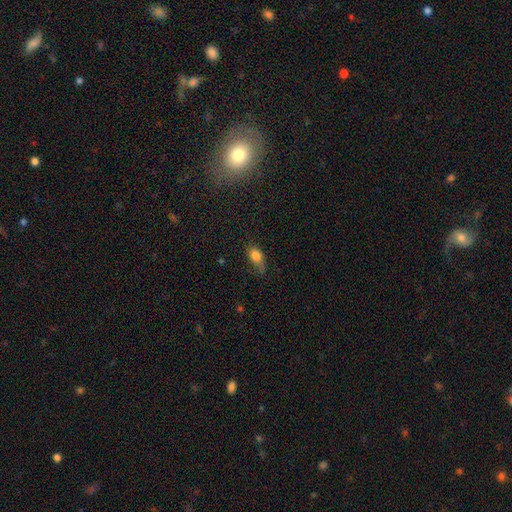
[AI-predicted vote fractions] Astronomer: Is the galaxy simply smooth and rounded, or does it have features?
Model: smooth — 79%.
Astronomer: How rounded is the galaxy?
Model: in between — 81%.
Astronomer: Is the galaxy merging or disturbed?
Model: none — 45% (runner-up: minor disturbance, 35%).